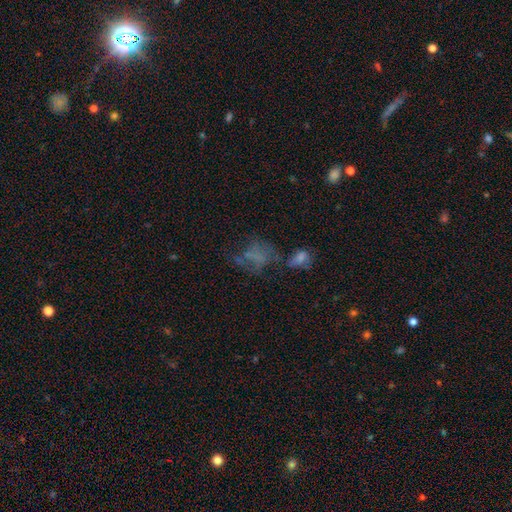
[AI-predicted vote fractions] Q: Smooth or featured?
A: smooth (43%); runner-up: featured or disk (34%)
Q: Merging?
A: none (33%); runner-up: major disturbance (29%)